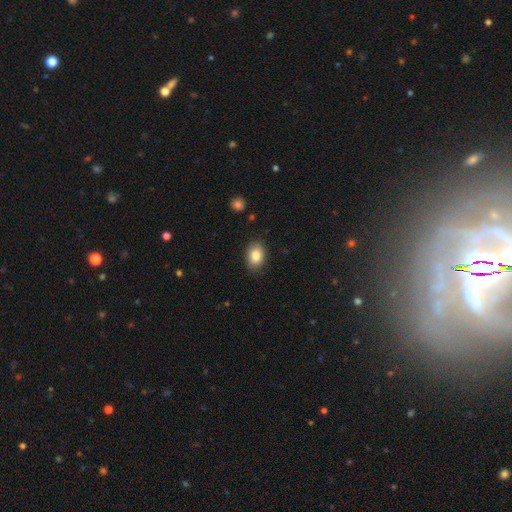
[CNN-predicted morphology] This is clearly a smooth galaxy (85%). How rounded: clearly in between (81%). Merging: clearly none (86%).